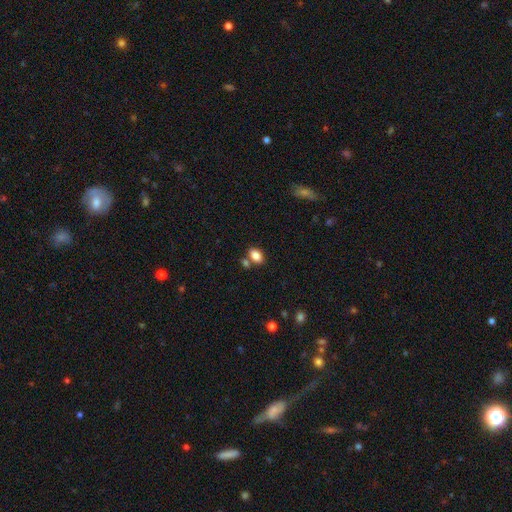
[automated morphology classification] smooth 85%, star or artifact 9%, featured or disk 6%. Down the decision tree: how rounded — in between (86%); merging — none (65%).